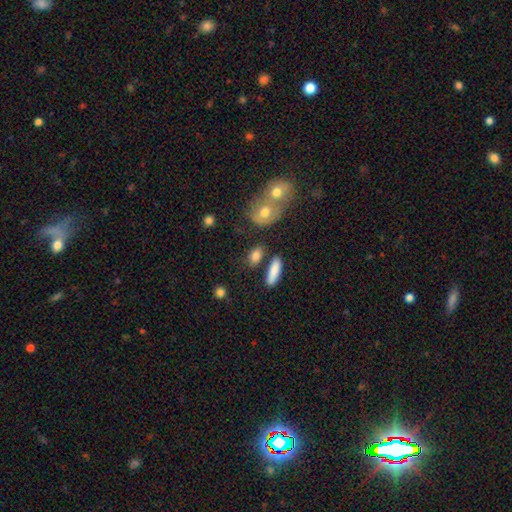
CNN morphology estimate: smooth-or-featured: smooth: 81% | featured or disk: 10% | star or artifact: 9%
  how-rounded: in between: 67% | cigar-shaped: 18% | round: 14%
  merging: none: 69% | merger: 13% | minor disturbance: 13% | major disturbance: 5%